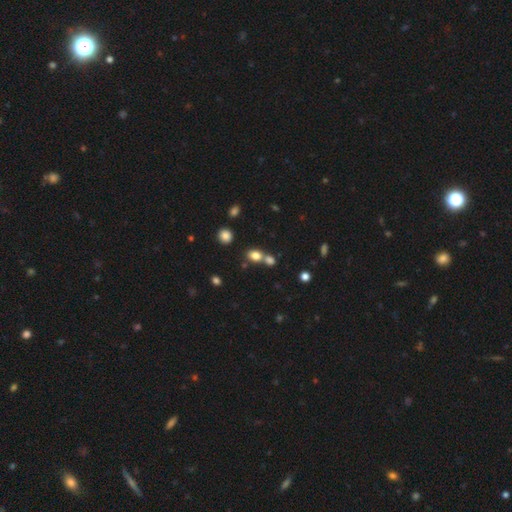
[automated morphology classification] Overall: smooth (79%). How rounded: in between (61%; round 37%). Merging: merger (44%, tied with none).